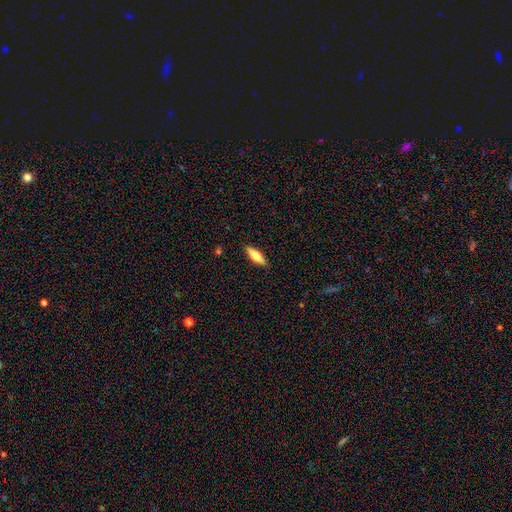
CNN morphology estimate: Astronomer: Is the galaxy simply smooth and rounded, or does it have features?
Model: smooth — 61%.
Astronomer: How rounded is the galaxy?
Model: in between — 50% (runner-up: cigar-shaped, 48%).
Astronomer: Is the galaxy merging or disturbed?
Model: none — 89%.